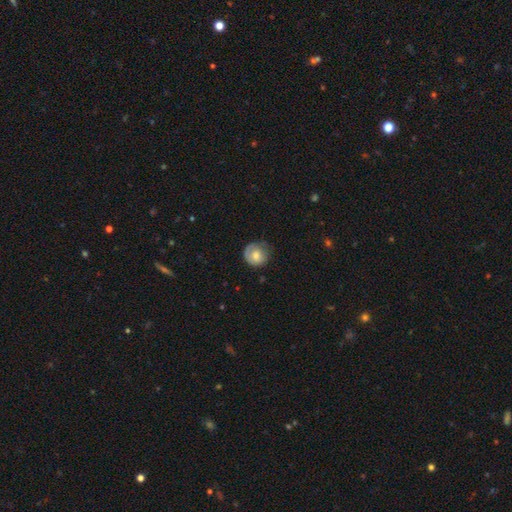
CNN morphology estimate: smooth_or_featured: smooth (p=0.63) [alt: featured or disk p=0.31]
how_rounded: round (p=0.86) [alt: in between p=0.13]
merging: none (p=0.61) [alt: minor disturbance p=0.27]